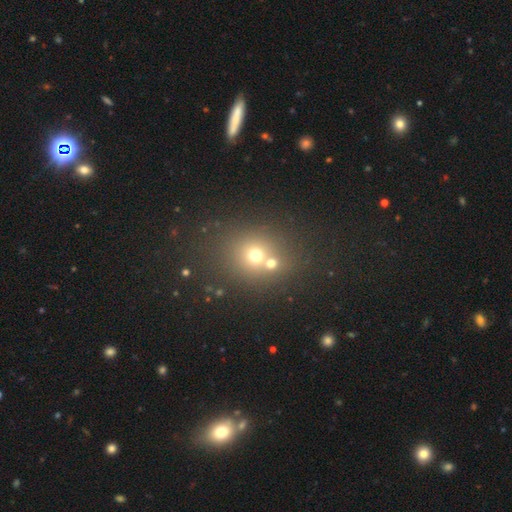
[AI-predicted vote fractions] smooth_or_featured: smooth (p=0.64) [alt: star or artifact p=0.21]
how_rounded: round (p=0.79) [alt: in between p=0.20]
merging: none (p=0.49) [alt: merger p=0.40]